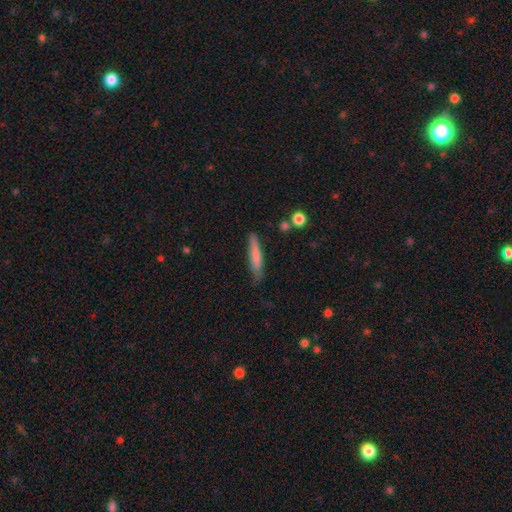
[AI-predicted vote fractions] A smooth galaxy with no disk features (73%) that is cigar-shaped (90%). Merging: none (73%).